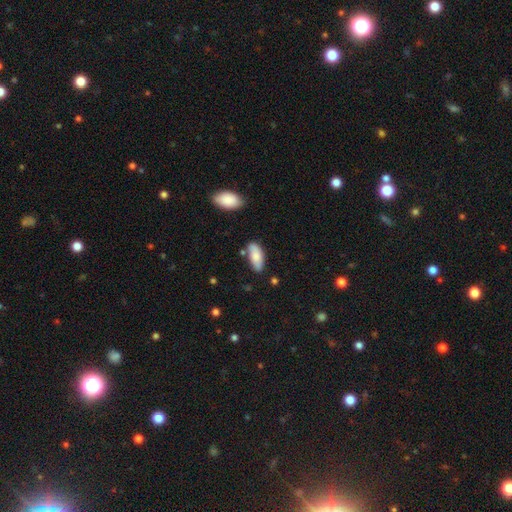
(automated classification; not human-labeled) Smooth or featured? Predicted: smooth (p=0.79). How rounded? Predicted: in between (p=0.82). Merging? Predicted: none (p=0.70).